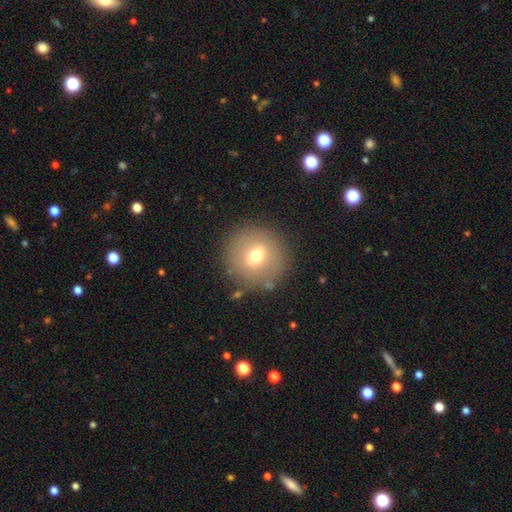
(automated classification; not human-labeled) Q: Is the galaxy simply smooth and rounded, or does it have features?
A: smooth — 62%.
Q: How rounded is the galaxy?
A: round — 91%.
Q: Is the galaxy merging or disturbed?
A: none — 83%.